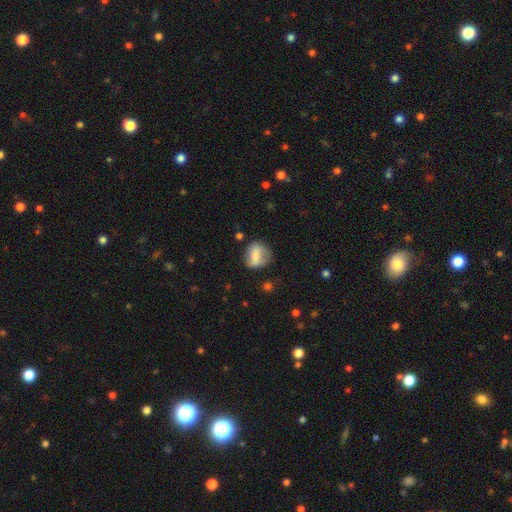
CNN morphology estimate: type=smooth (60%); roundness=round (61%); merging=none (61%).